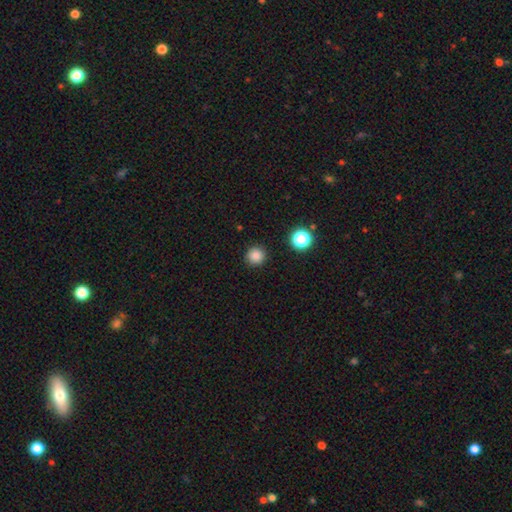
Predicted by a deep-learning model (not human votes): The model was most divided on "smooth or featured": smooth: 84%, star or artifact: 12%, featured or disk: 3%. More confident: how rounded — round (95%); merging — none (92%).